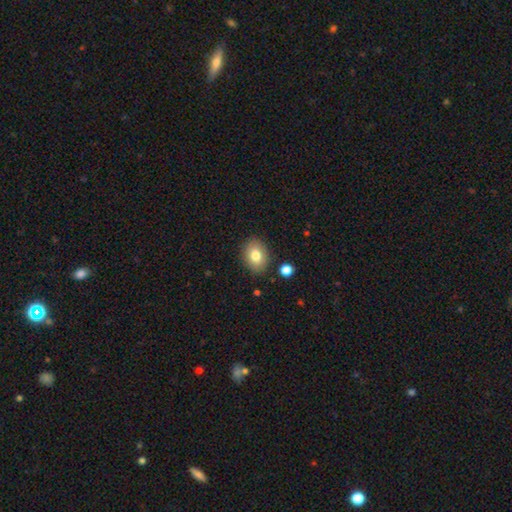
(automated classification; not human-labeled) A smooth galaxy with no disk features (80%) that is in between round and cigar-shaped (64%).

Vote fractions:
- Smooth or featured? smooth: 80% / featured or disk: 11% / star or artifact: 9%
- How rounded? in between: 64% / round: 35% / cigar-shaped: 1%
- Merging? none: 86% / minor disturbance: 10% / major disturbance: 2% / merger: 2%